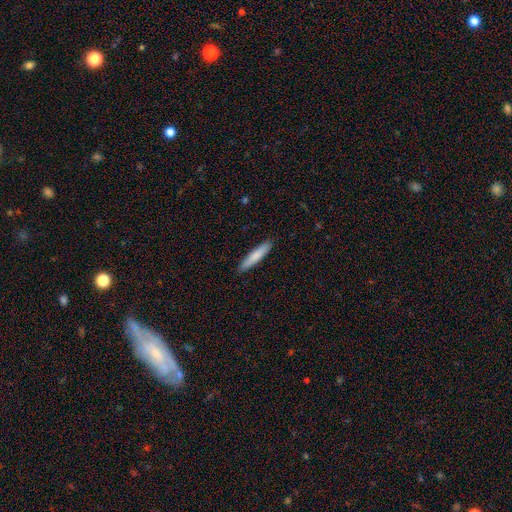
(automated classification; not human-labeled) Overall: smooth (79%). How rounded: cigar-shaped (88%). Merging: none (90%).